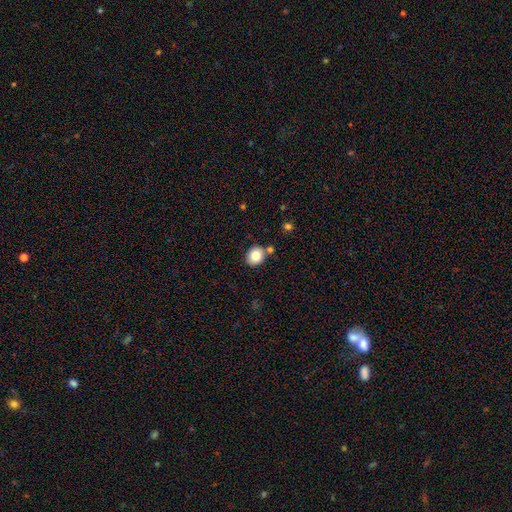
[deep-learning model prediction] Smooth or featured? Predicted: smooth (p=0.83). How rounded? Predicted: round (p=0.70). Merging? Predicted: none (p=0.77).